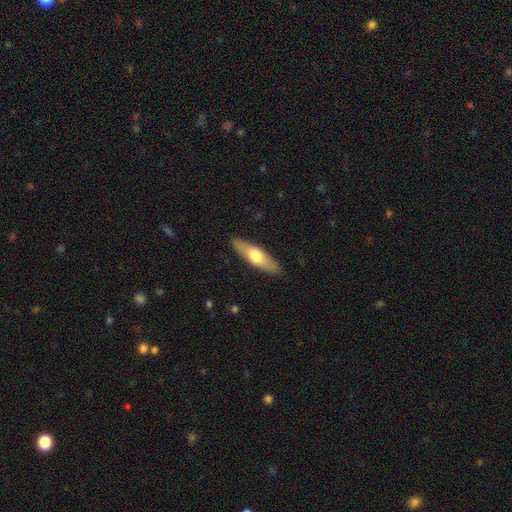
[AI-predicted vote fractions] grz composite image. It shows a smooth galaxy with no disk features (56%) that is cigar-shaped (59%). Merging: none (89%).